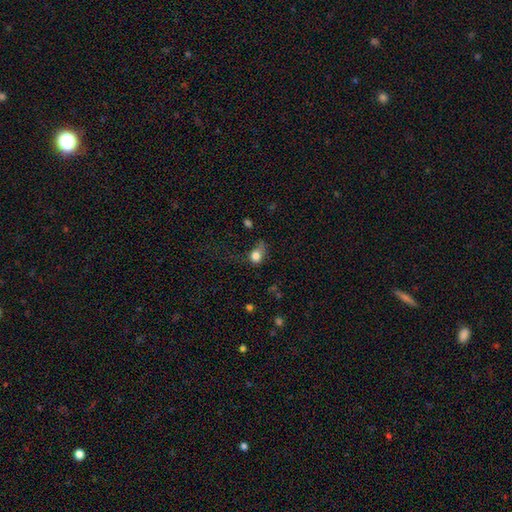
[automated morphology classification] Overall: smooth (78%). How rounded: round (52%; in between 46%). Merging: major disturbance (36%; minor disturbance 32%).